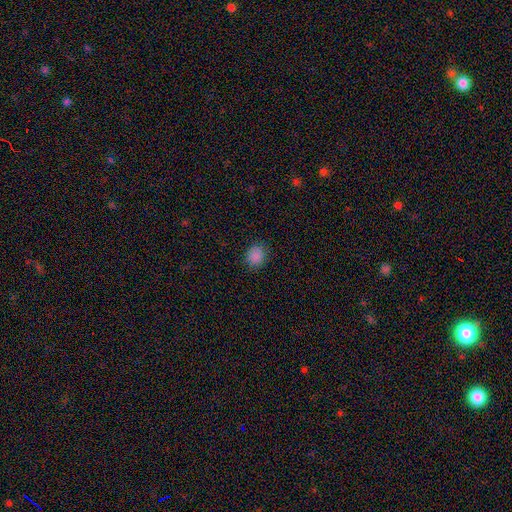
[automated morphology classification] smooth-or-featured: smooth: 86% | star or artifact: 10% | featured or disk: 3%
  how-rounded: round: 68% | in between: 31% | cigar-shaped: 1%
  merging: none: 85% | minor disturbance: 11% | major disturbance: 3% | merger: 1%